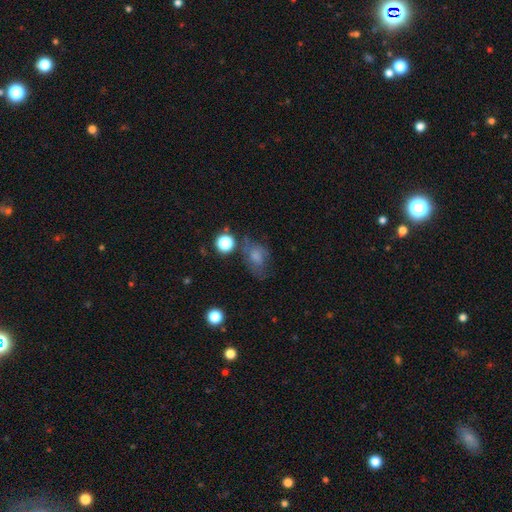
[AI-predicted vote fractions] A smooth galaxy with no disk features (62%) that is in between round and cigar-shaped (69%).

Vote fractions:
- Smooth or featured? smooth: 62% / featured or disk: 23% / star or artifact: 15%
- How rounded? in between: 69% / round: 29% / cigar-shaped: 2%
- Merging? none: 44% / minor disturbance: 27% / major disturbance: 22% / merger: 7%